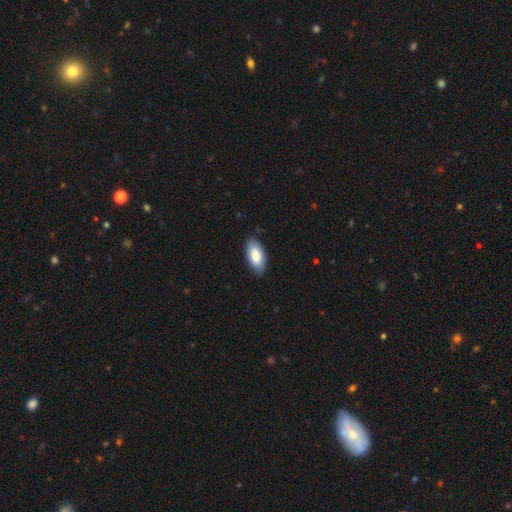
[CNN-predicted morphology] type=smooth (85%); roundness=in between (92%); merging=none (85%).